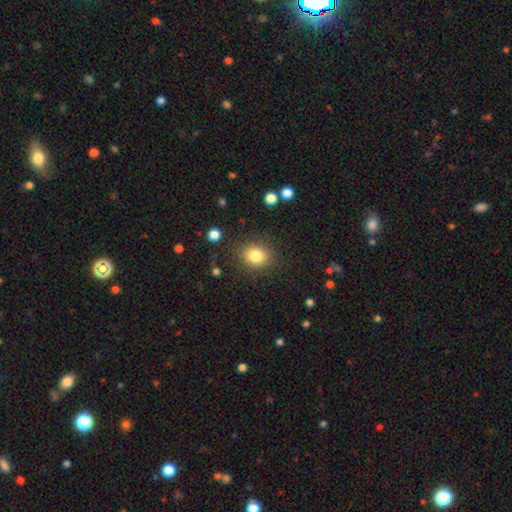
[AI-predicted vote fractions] This appears to be a smooth galaxy with no disk features (83%) that is round (69%). Merging: none (85%).